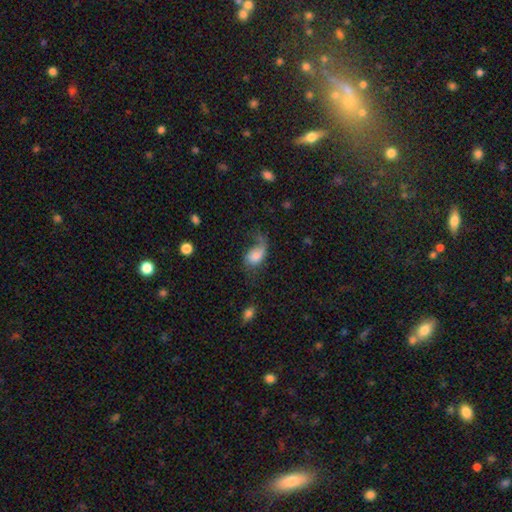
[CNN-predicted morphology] A smooth galaxy with no disk features (62%) that is in between round and cigar-shaped (86%).

Vote fractions:
- Smooth or featured? smooth: 62% / featured or disk: 28% / star or artifact: 9%
- How rounded? in between: 86% / round: 11% / cigar-shaped: 3%
- Merging? major disturbance: 44% / none: 28% / minor disturbance: 24% / merger: 4%